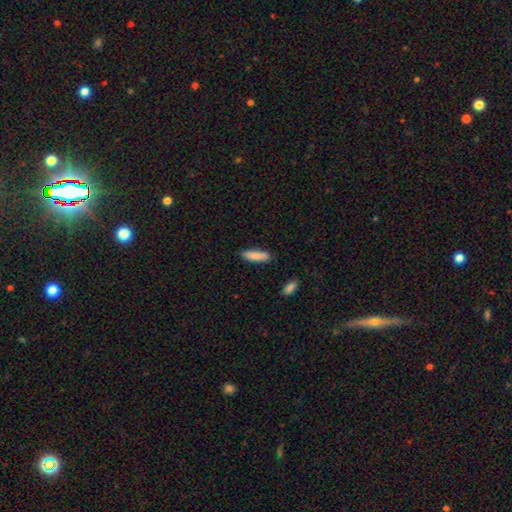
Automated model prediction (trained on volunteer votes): smooth_or_featured: smooth (p=0.86) [alt: featured or disk p=0.08]
how_rounded: cigar-shaped (p=0.59) [alt: in between p=0.39]
merging: none (p=0.81) [alt: minor disturbance p=0.14]